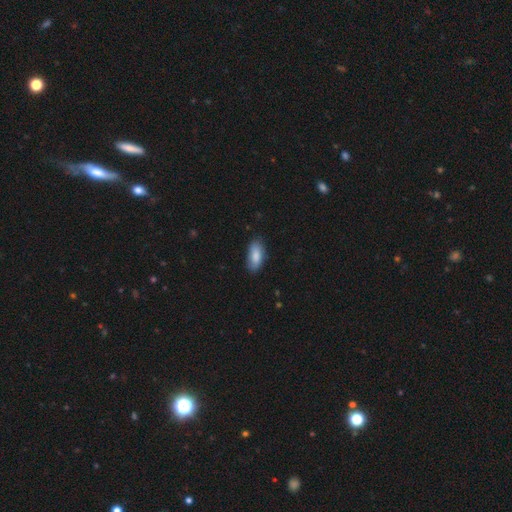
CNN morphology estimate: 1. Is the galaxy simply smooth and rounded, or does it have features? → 84% smooth, 10% featured or disk, 6% star or artifact.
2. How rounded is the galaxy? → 88% in between, 10% cigar-shaped, 2% round.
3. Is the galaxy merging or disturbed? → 78% none, 18% minor disturbance, 3% major disturbance, 1% merger.